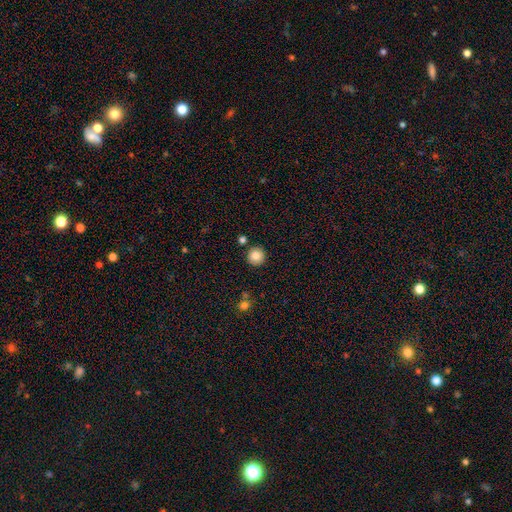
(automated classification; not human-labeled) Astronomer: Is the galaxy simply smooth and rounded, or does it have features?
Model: smooth — 83%.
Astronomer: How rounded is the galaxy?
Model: round — 95%.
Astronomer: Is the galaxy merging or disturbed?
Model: none — 89%.